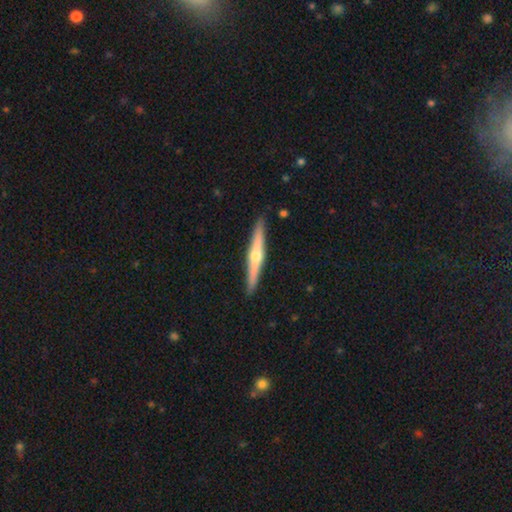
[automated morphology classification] featured or disk 68%, smooth 27%, star or artifact 5%. Down the decision tree: edge-on disk — yes (97%); edge-on bulge — rounded (90%); merging — none (91%).